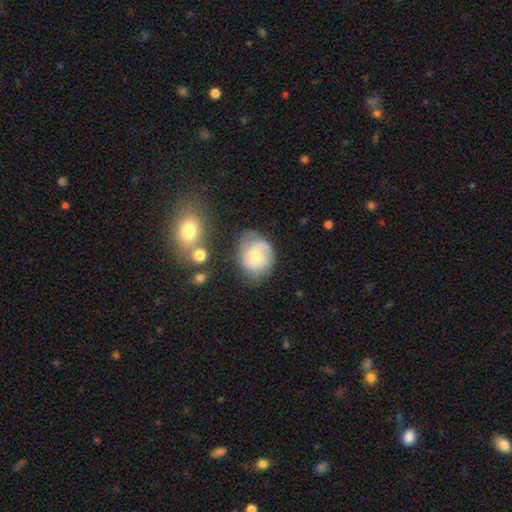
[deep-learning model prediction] This is likely a featured or disk galaxy (60%). It is clearly not viewed edge-on (97%). Bar: likely no (67%). Spiral arm pattern: clearly yes (87%). Spiral arm count: possibly 2 (58%). Spiral winding: marginally medium (42%). Central bulge: possibly moderate (55%). Merging: likely none (62%).